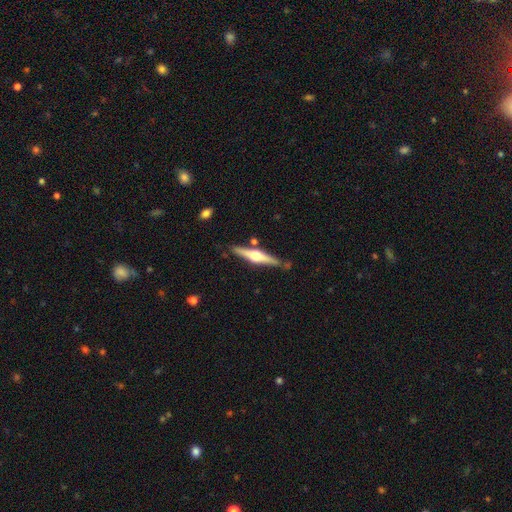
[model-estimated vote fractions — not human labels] The model was most divided on "smooth or featured": featured or disk: 74%, smooth: 21%, star or artifact: 5%. More confident: edge-on disk — yes (98%); edge-on bulge — rounded (93%); merging — none (81%).